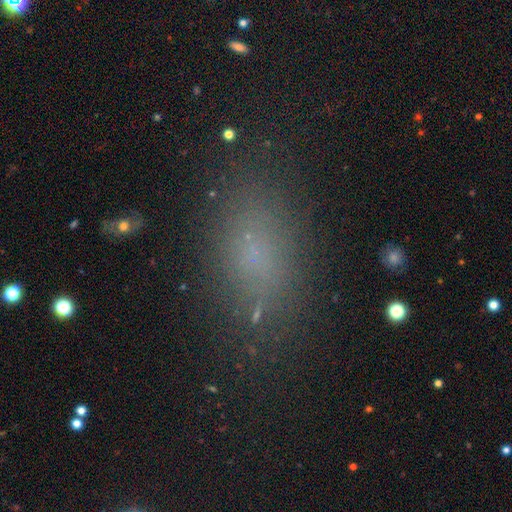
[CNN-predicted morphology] A smooth galaxy with no disk features (70%) that is in between round and cigar-shaped (83%).

Vote fractions:
- Smooth or featured? smooth: 70% / star or artifact: 19% / featured or disk: 11%
- How rounded? in between: 83% / cigar-shaped: 9% / round: 8%
- Merging? none: 76% / minor disturbance: 15% / major disturbance: 7% / merger: 2%